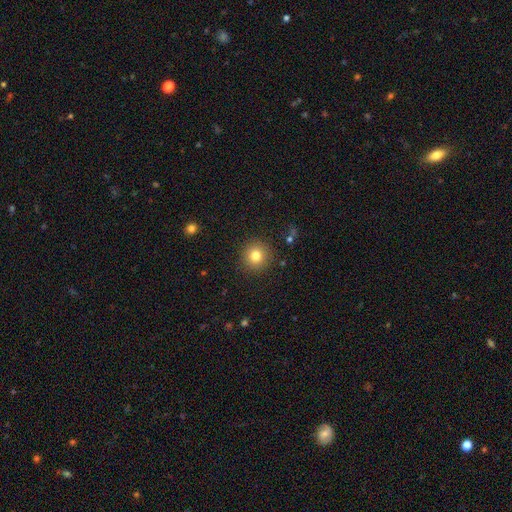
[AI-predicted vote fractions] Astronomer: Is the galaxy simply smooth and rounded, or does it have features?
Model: smooth — 80%.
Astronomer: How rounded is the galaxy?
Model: round — 93%.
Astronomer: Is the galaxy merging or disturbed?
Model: none — 90%.